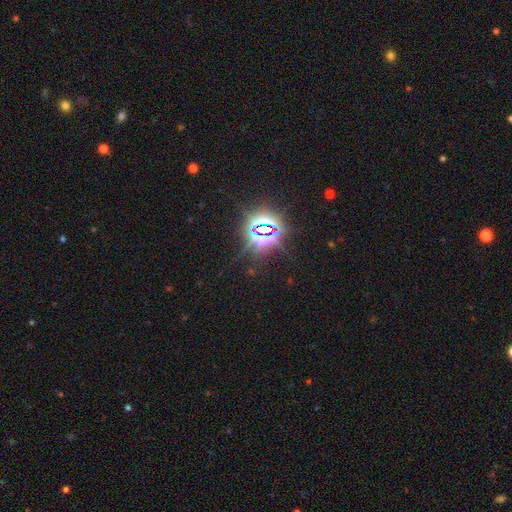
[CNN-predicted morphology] Smooth or featured? star or artifact (84%)